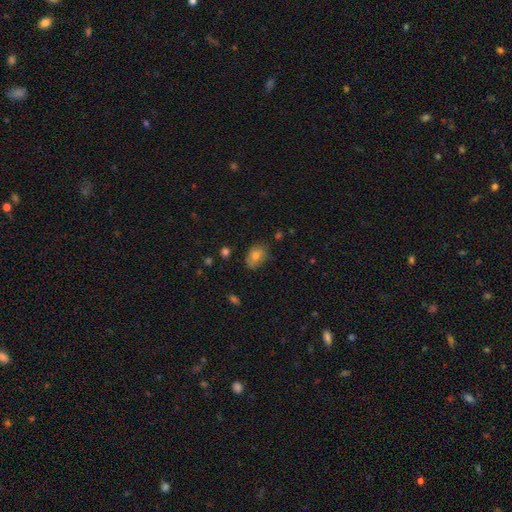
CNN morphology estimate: This is likely a smooth galaxy (75%). How rounded: likely in between (66%). Merging: likely none (68%).